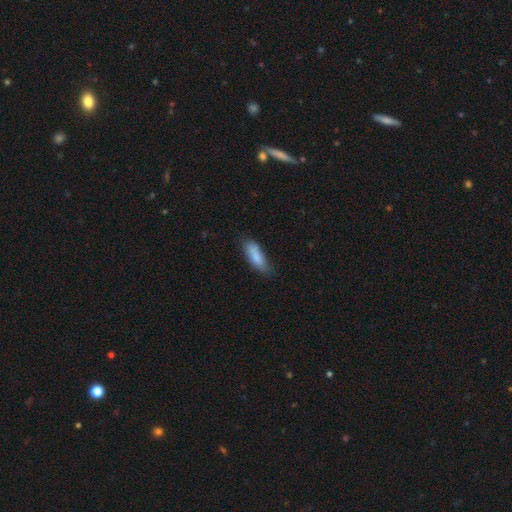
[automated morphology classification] A smooth galaxy with no disk features (84%) that is in between round and cigar-shaped (58%). Merging: none (64%).